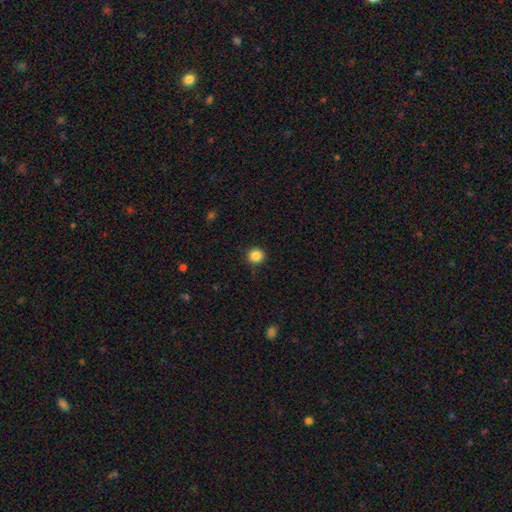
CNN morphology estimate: Smooth or featured? Predicted: smooth (p=0.86). How rounded? Predicted: round (p=0.93). Merging? Predicted: none (p=0.90).